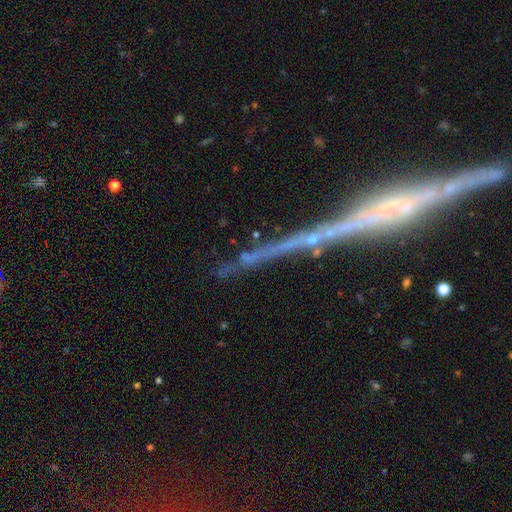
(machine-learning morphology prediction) The model was most divided on "smooth or featured" (2-way tie): featured or disk: 42%, star or artifact: 42%, smooth: 16%. More confident: merging — none (76%).